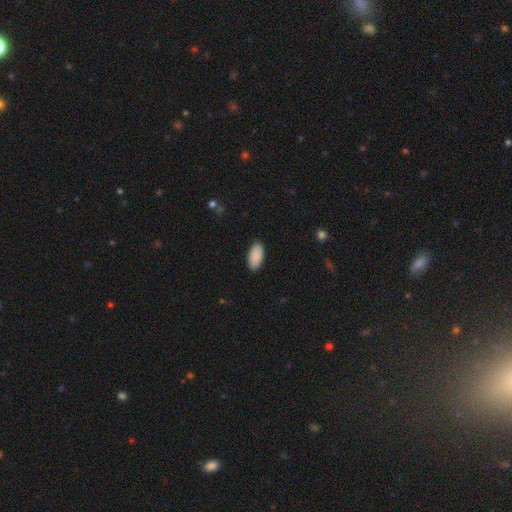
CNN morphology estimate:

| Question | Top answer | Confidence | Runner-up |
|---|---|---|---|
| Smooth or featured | smooth | 91% | star or artifact (6%) |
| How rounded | in between | 93% | cigar-shaped (5%) |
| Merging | none | 89% | minor disturbance (8%) |